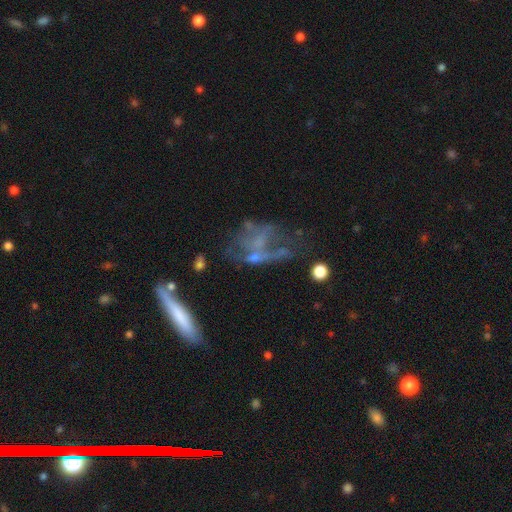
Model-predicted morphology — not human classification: Smooth or featured? featured or disk (59%)
Edge-on disk? no (92%)
Bar? no (81%)
Spiral arms? no (73%)
Bulge size? none (64%)
Merging? major disturbance (40%)